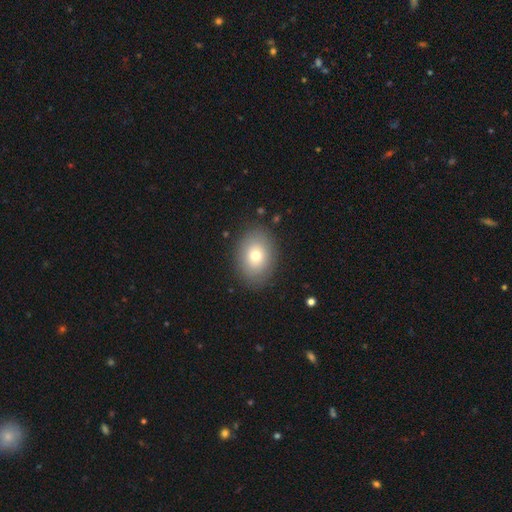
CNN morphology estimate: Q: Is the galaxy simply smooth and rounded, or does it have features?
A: smooth — 73%.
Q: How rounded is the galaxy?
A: in between — 64%.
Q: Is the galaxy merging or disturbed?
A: none — 86%.